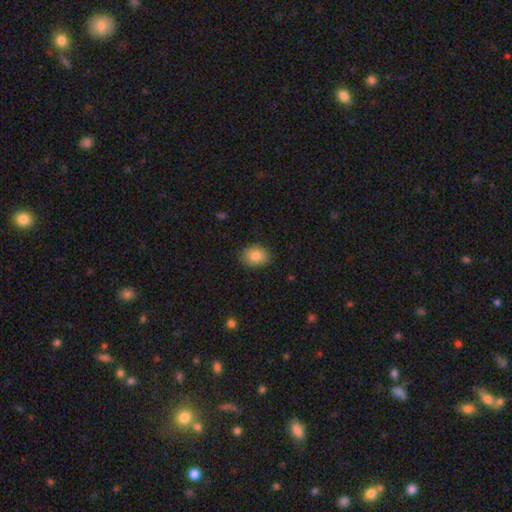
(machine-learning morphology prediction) Q: Smooth or featured?
A: smooth (85%); runner-up: star or artifact (8%)
Q: How rounded?
A: in between (66%); runner-up: round (33%)
Q: Merging?
A: none (86%); runner-up: minor disturbance (11%)